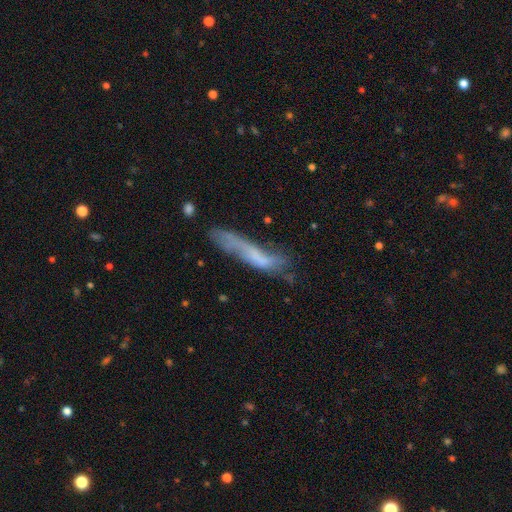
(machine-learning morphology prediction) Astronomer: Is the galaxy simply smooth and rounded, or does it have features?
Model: smooth — 51% (runner-up: featured or disk, 40%).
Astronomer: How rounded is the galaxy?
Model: cigar-shaped — 84%.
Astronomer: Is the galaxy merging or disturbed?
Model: none — 40% (runner-up: minor disturbance, 29%).